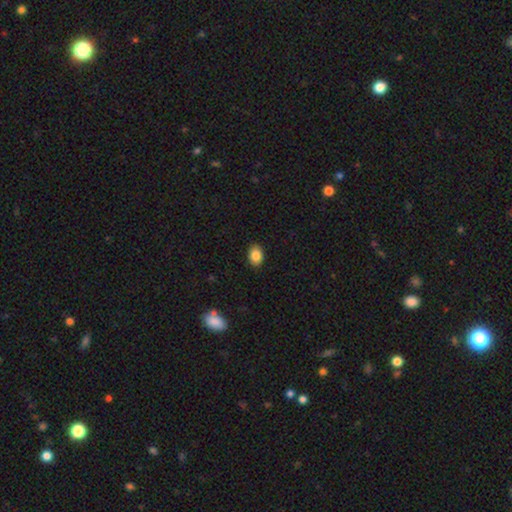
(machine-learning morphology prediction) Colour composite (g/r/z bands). It shows a smooth galaxy with no disk features (86%) that is in between round and cigar-shaped (75%). Merging: none (89%).